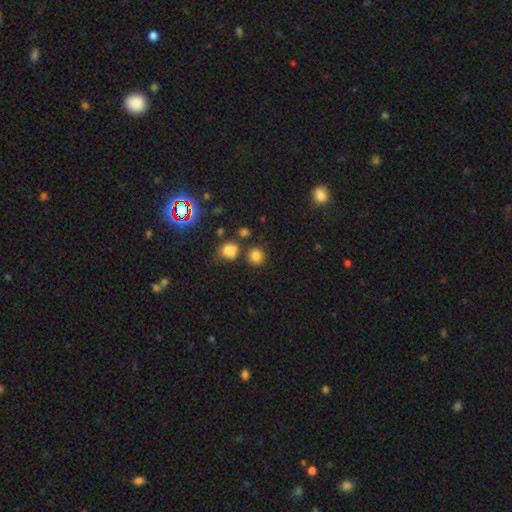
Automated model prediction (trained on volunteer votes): smooth_or_featured: smooth (p=0.80) [alt: star or artifact p=0.15]
how_rounded: round (p=0.90) [alt: in between p=0.09]
merging: none (p=0.76) [alt: merger p=0.11]